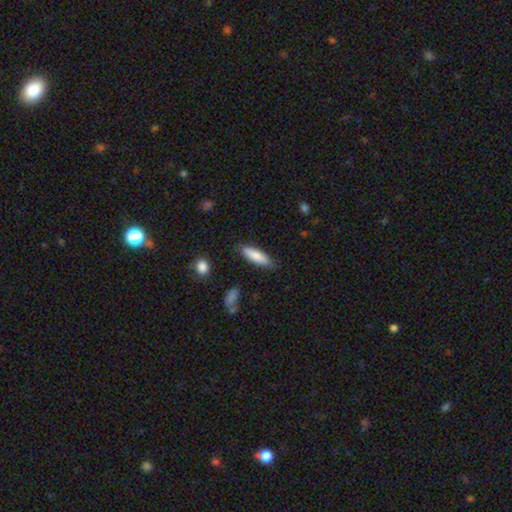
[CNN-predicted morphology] This is clearly a smooth galaxy (83%). How rounded: likely cigar-shaped (63%). Merging: clearly none (85%).